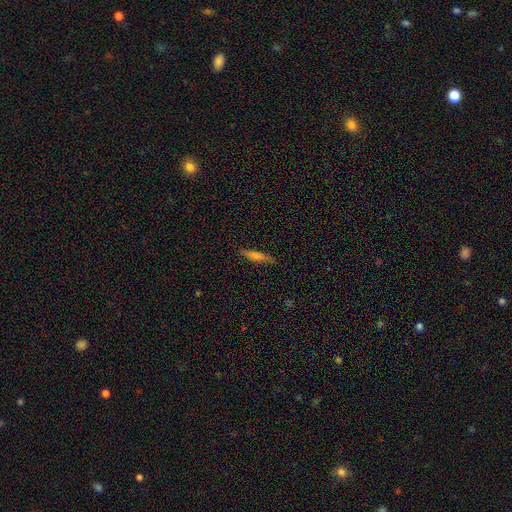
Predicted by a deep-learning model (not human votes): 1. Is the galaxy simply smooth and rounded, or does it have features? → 52% smooth, 40% featured or disk, 8% star or artifact.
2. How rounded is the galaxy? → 89% cigar-shaped, 9% in between, 2% round.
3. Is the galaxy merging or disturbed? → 87% none, 10% minor disturbance, 2% major disturbance, 1% merger.